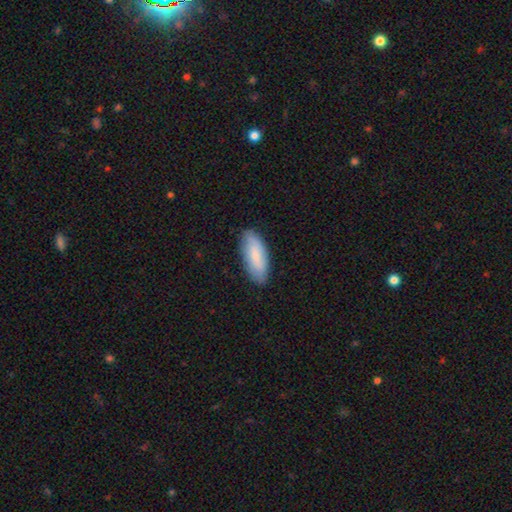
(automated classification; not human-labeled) A smooth galaxy with no disk features (74%) that is in between round and cigar-shaped (77%).

Vote fractions:
- Smooth or featured? smooth: 74% / featured or disk: 20% / star or artifact: 6%
- How rounded? in between: 77% / cigar-shaped: 21% / round: 2%
- Merging? none: 85% / minor disturbance: 12% / major disturbance: 2% / merger: 1%